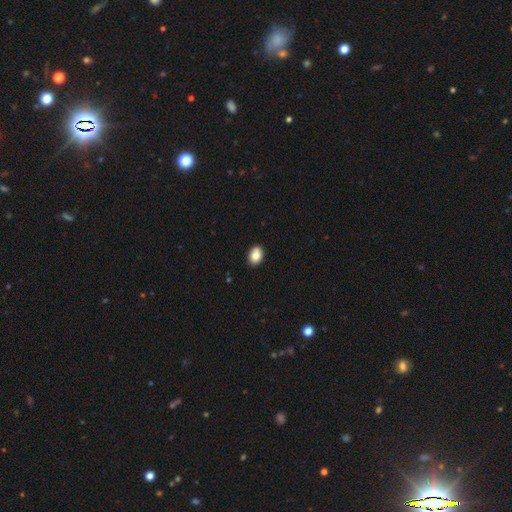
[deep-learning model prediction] This is clearly a smooth galaxy (83%). How rounded: likely in between (70%). Merging: clearly none (87%).